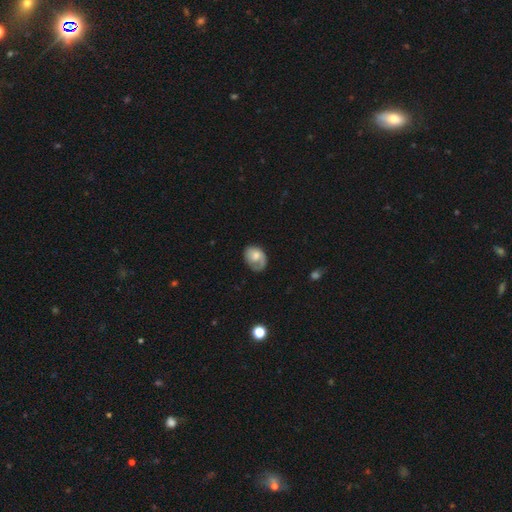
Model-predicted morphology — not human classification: Q: Smooth or featured?
A: smooth (58%); runner-up: featured or disk (35%)
Q: How rounded?
A: in between (68%); runner-up: round (31%)
Q: Merging?
A: none (51%); runner-up: minor disturbance (29%)